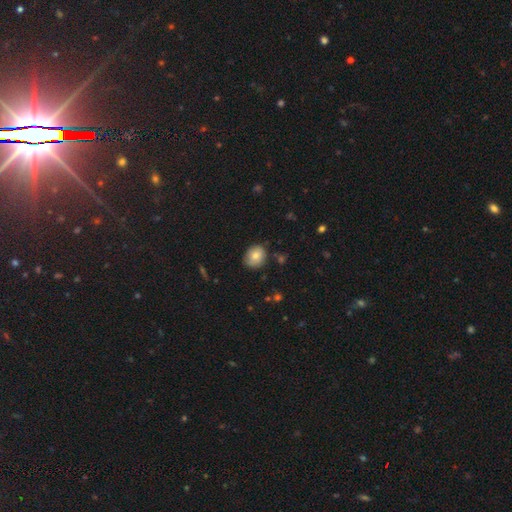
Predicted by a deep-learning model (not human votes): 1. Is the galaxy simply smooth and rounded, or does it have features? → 76% smooth, 15% featured or disk, 9% star or artifact.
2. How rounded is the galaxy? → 63% round, 36% in between, 1% cigar-shaped.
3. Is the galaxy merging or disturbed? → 78% none, 17% minor disturbance, 3% major disturbance, 2% merger.